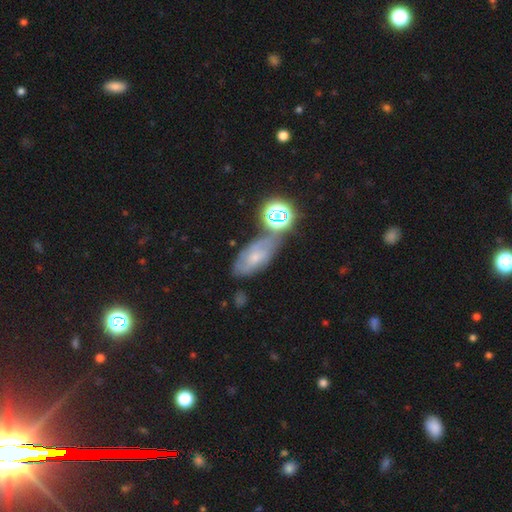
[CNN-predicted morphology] Smooth or featured: featured or disk — 45% (smooth — 33%)
Merging: none — 55% (minor disturbance — 21%)